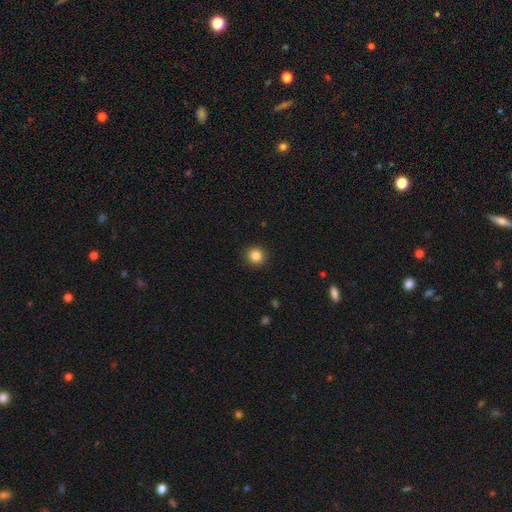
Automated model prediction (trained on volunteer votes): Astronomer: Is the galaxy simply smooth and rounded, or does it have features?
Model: smooth — 84%.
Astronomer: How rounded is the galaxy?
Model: round — 92%.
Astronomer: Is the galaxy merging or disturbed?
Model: none — 92%.